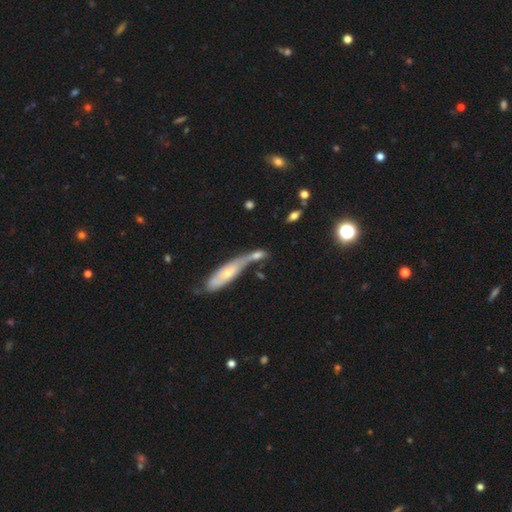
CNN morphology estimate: Smooth or featured: smooth — 48% (featured or disk — 41%)
Merging: merger — 48% (none — 32%)